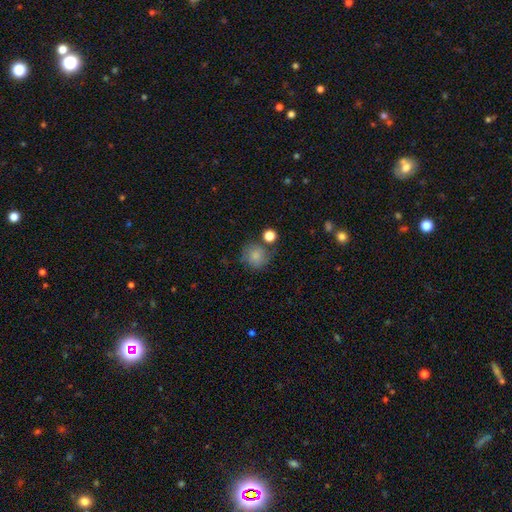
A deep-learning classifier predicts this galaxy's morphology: The model was most divided on "merging": none: 59%, minor disturbance: 20%, merger: 11%, major disturbance: 9%. More confident: how rounded — round (86%); smooth or featured — smooth (78%).